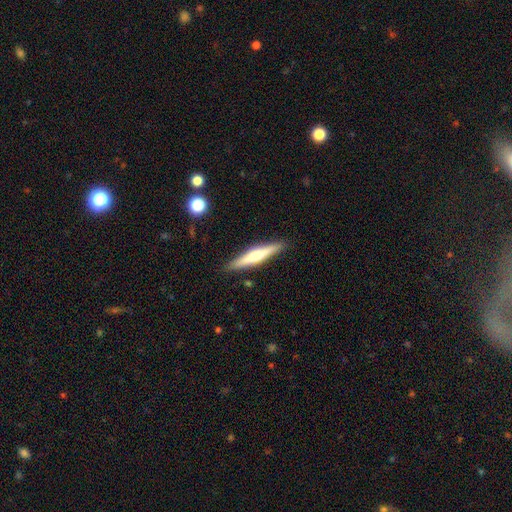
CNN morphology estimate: smooth-or-featured: featured or disk: 52% | smooth: 43% | star or artifact: 6%
  disk-edge-on: yes: 96% | no: 4%
  merging: none: 89% | minor disturbance: 8% | major disturbance: 2% | merger: 1%